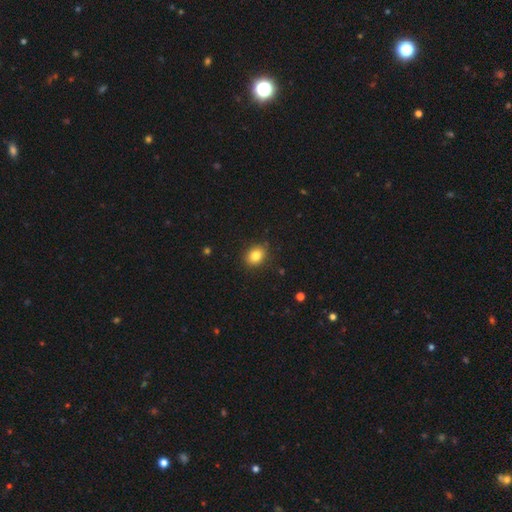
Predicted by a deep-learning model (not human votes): smooth 83%, star or artifact 10%, featured or disk 7%. Down the decision tree: how rounded — in between (56%); merging — none (86%).